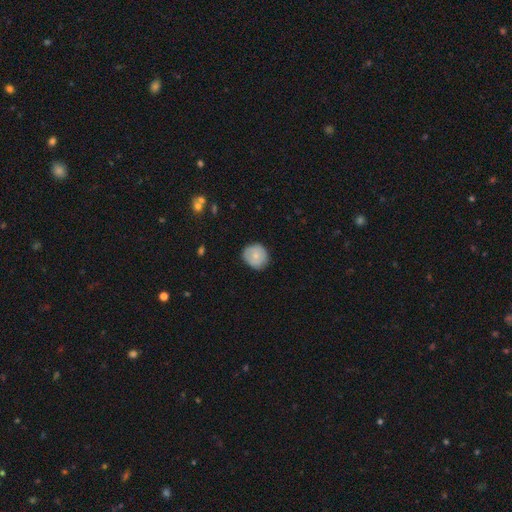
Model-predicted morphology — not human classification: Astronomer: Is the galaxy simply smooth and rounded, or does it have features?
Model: smooth — 73%.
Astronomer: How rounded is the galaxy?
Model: round — 86%.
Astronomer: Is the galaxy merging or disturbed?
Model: none — 81%.